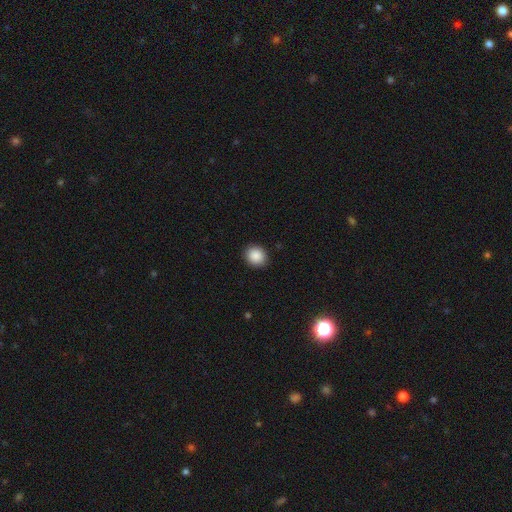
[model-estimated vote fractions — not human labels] This is clearly a smooth galaxy (89%). How rounded: likely round (76%). Merging: clearly none (90%).